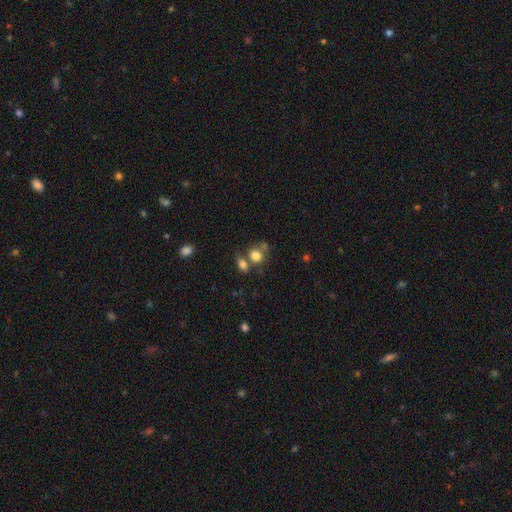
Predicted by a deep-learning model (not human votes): smooth 79%, star or artifact 11%, featured or disk 10%. Down the decision tree: how rounded — round (53%); merging — merger (40%, tied with none).